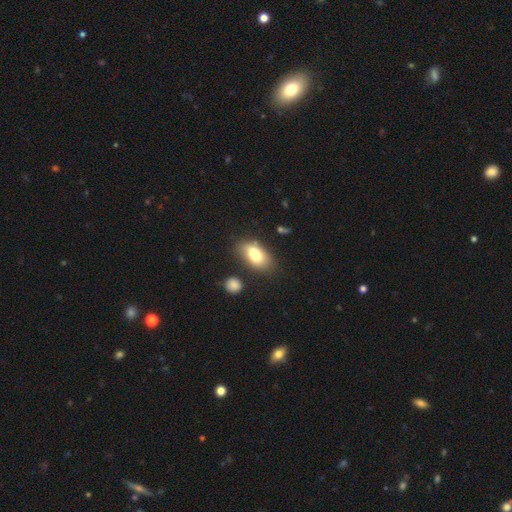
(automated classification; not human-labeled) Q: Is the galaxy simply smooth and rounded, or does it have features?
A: smooth — 73%.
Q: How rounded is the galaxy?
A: in between — 89%.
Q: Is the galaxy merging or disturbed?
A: none — 59%.